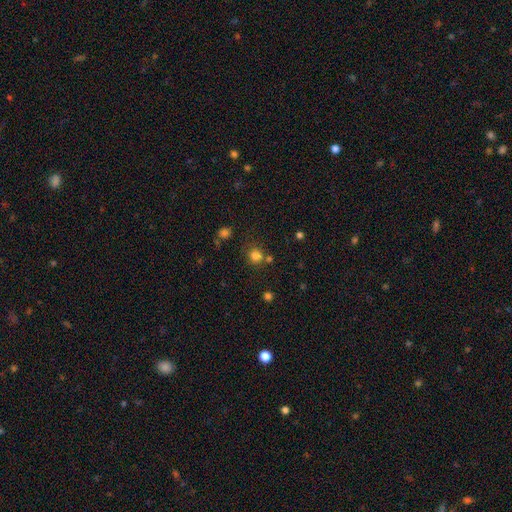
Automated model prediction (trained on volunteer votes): smooth 79%, star or artifact 15%, featured or disk 6%. Down the decision tree: how rounded — round (85%); merging — none (67%).